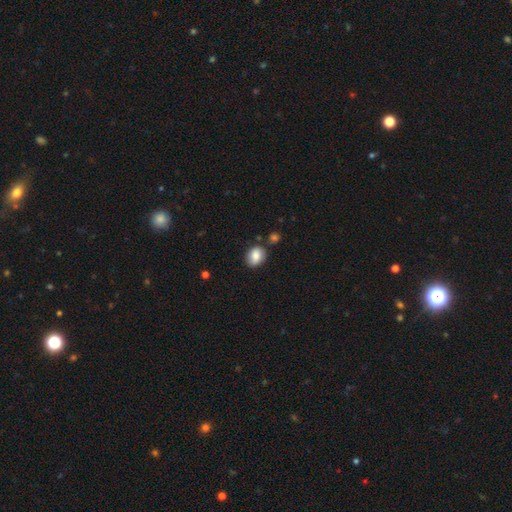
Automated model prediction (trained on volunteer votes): This is likely a smooth galaxy (79%). How rounded: possibly in between (54%). Merging: likely none (76%).